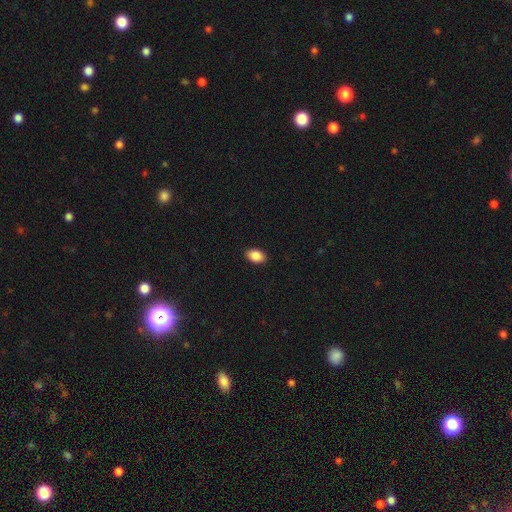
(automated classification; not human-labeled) Smooth or featured? Predicted: smooth (p=0.88). How rounded? Predicted: in between (p=0.87). Merging? Predicted: none (p=0.90).